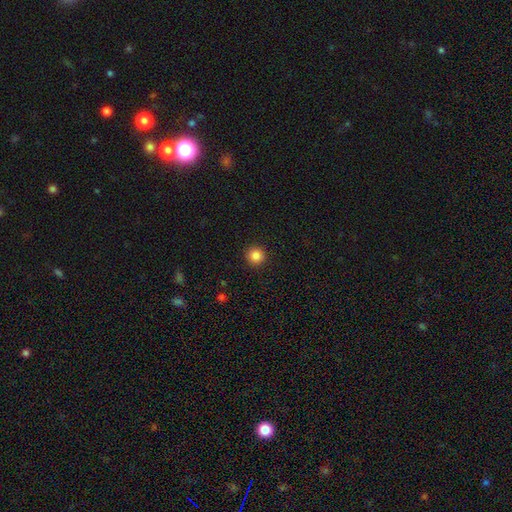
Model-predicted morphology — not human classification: Smooth or featured? Predicted: smooth (p=0.86). How rounded? Predicted: round (p=0.95). Merging? Predicted: none (p=0.93).